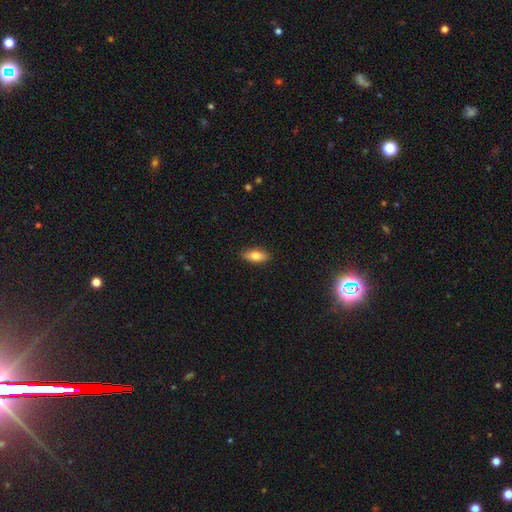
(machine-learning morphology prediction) smooth-or-featured: smooth: 75% | featured or disk: 19% | star or artifact: 7%
  how-rounded: in between: 80% | cigar-shaped: 16% | round: 3%
  merging: none: 87% | minor disturbance: 10% | major disturbance: 2% | merger: 1%